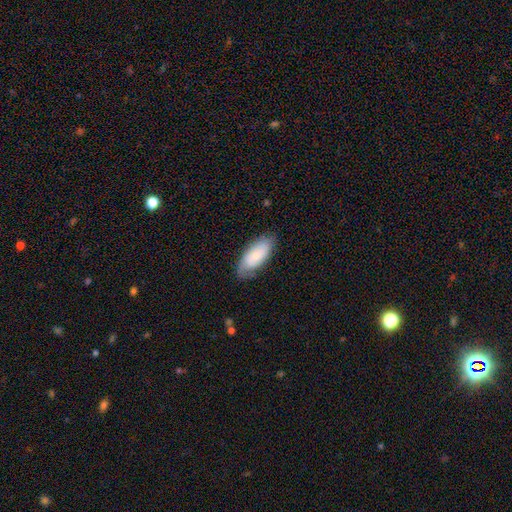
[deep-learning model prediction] Smooth or featured? smooth (74%)
How rounded? in between (86%)
Merging? none (73%)